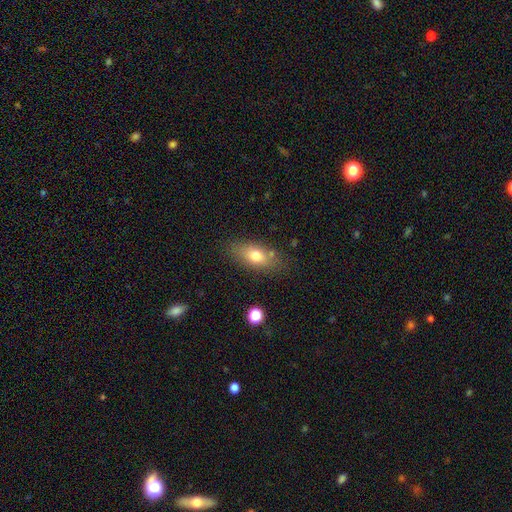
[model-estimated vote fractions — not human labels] The model was most divided on "smooth or featured": smooth: 71%, featured or disk: 20%, star or artifact: 9%. More confident: how rounded — in between (80%); merging — none (75%).